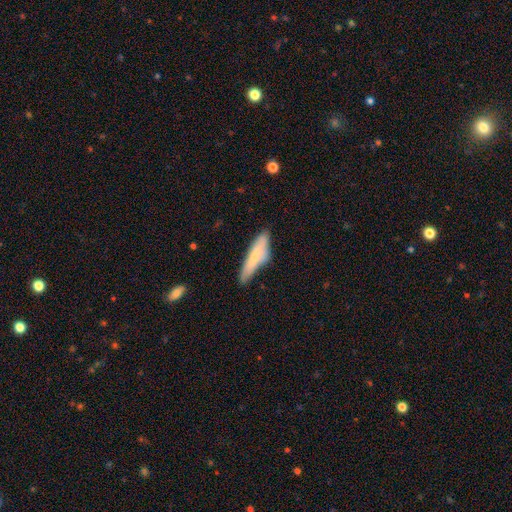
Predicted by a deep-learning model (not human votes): Smooth or featured? smooth (69%)
How rounded? cigar-shaped (76%)
Merging? none (60%)